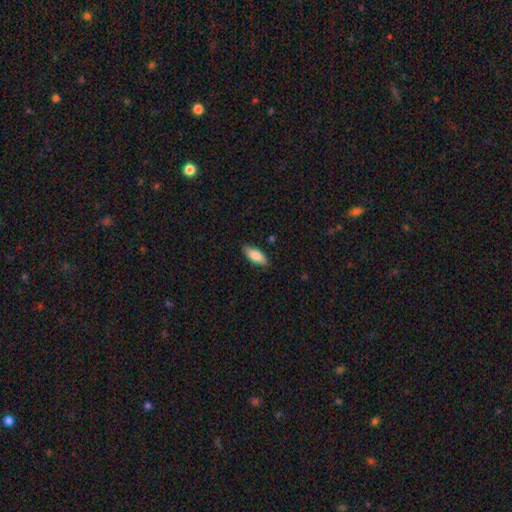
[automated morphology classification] This is clearly a smooth galaxy (83%). How rounded: likely in between (76%). Merging: clearly none (84%).